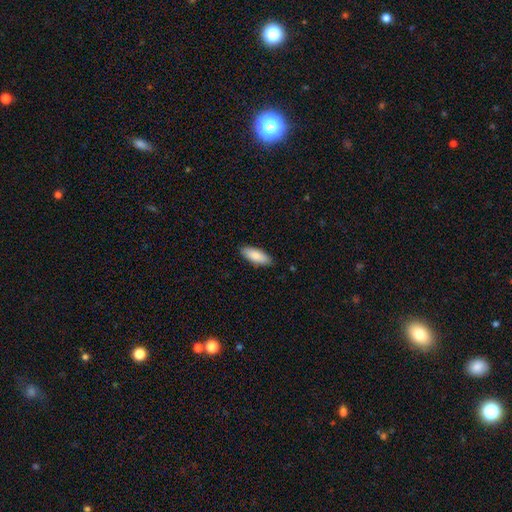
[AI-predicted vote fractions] A smooth galaxy with no disk features (86%) that is in between round and cigar-shaped (73%).

Vote fractions:
- Smooth or featured? smooth: 86% / featured or disk: 8% / star or artifact: 5%
- How rounded? in between: 73% / cigar-shaped: 25% / round: 2%
- Merging? none: 87% / minor disturbance: 10% / major disturbance: 2% / merger: 1%